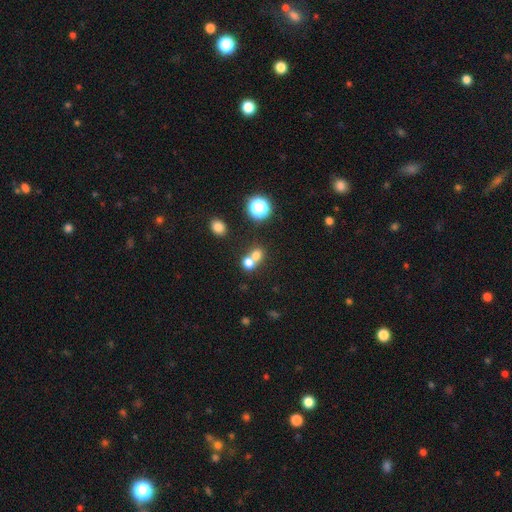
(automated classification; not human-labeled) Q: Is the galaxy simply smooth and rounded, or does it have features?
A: smooth — 71%.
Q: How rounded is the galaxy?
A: round — 76%.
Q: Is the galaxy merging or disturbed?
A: merger — 55%.